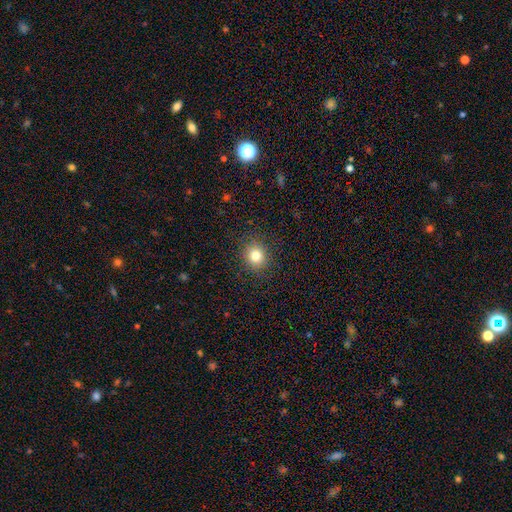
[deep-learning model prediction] This appears to be a smooth galaxy with no disk features (81%) that is round (76%). Merging: none (88%).